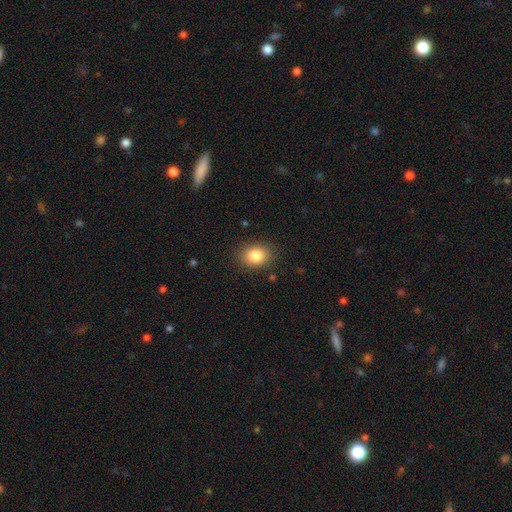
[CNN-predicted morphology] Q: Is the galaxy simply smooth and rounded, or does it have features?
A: smooth — 85%.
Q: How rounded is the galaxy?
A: in between — 56%.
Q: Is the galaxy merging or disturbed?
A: none — 86%.